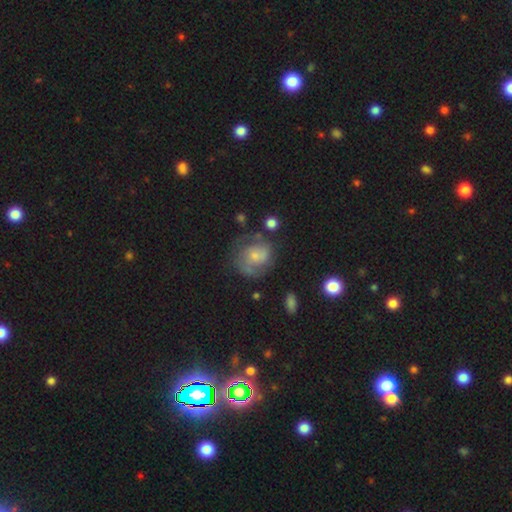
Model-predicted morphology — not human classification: This appears to be a featured or disk galaxy (59%) with no bar (69%), spiral arms (80%) and a small central bulge (62%). Merging: none (62%).